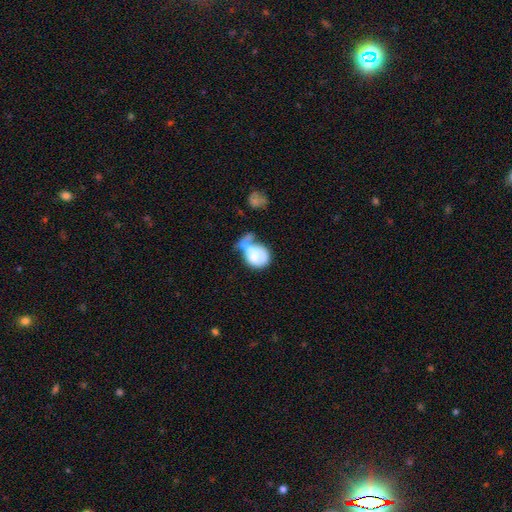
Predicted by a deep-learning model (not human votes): Smooth or featured? Predicted: smooth (p=0.62). How rounded? Predicted: in between (p=0.50). Merging? Predicted: merger (p=0.46).